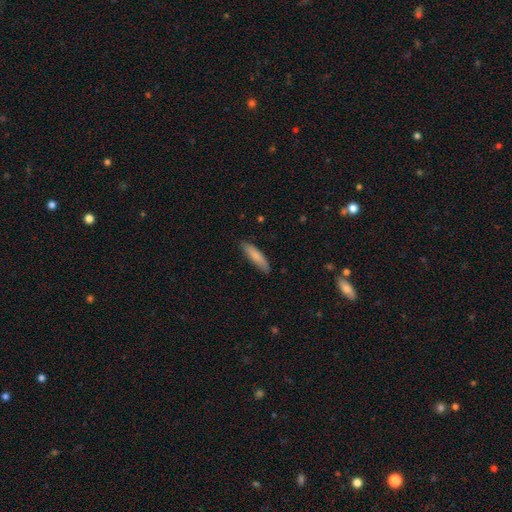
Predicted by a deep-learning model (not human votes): A smooth galaxy with no disk features (83%) that is cigar-shaped (73%).

Vote fractions:
- Smooth or featured? smooth: 83% / featured or disk: 11% / star or artifact: 6%
- How rounded? cigar-shaped: 73% / in between: 26% / round: 1%
- Merging? none: 84% / minor disturbance: 13% / major disturbance: 2% / merger: 1%